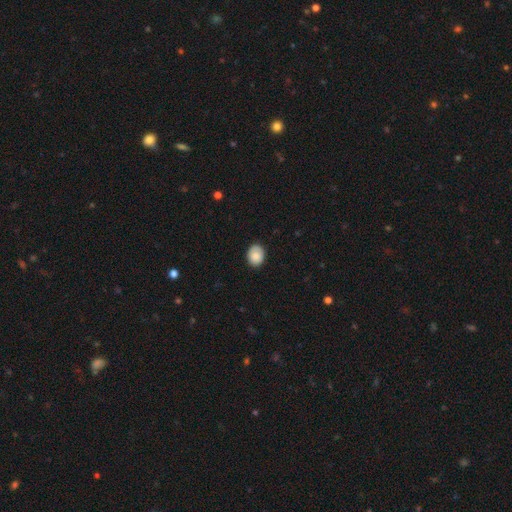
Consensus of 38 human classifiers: Smooth or featured? 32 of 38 (84%) said smooth. How rounded? 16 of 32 (50%, tied with in between) said round. Merging? 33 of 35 (94%) said none.